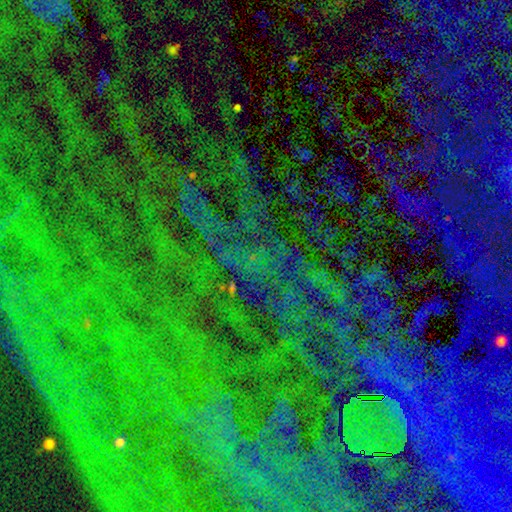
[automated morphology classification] This appears to be a star or artifact, not a galaxy (84%).